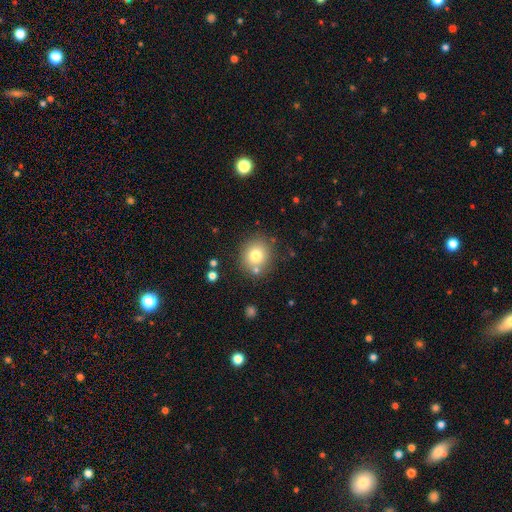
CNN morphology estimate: smooth-or-featured: smooth: 75% | star or artifact: 12% | featured or disk: 12%
  how-rounded: round: 85% | in between: 14% | cigar-shaped: 1%
  merging: none: 79% | minor disturbance: 10% | merger: 8% | major disturbance: 3%